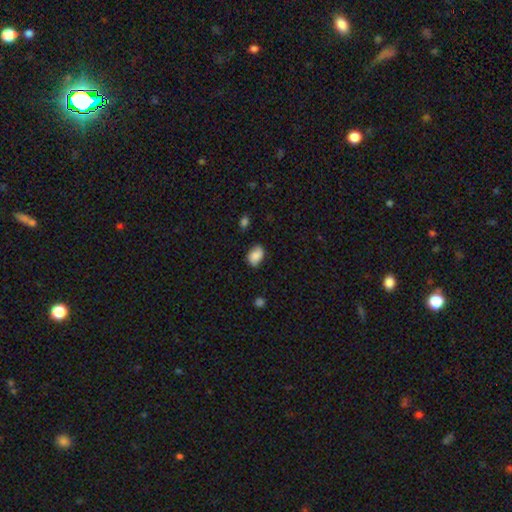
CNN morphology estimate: Overall: smooth (86%). How rounded: in between (84%). Merging: none (76%).